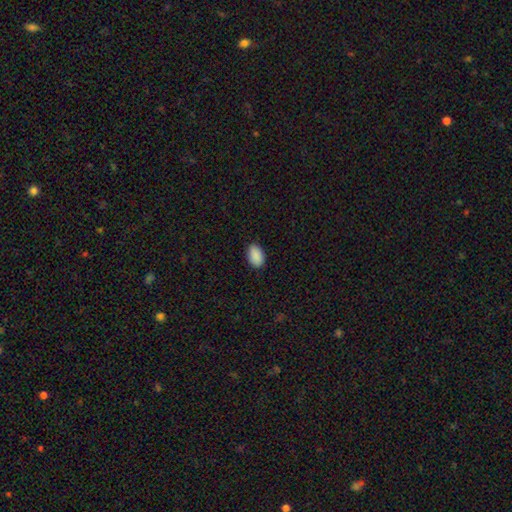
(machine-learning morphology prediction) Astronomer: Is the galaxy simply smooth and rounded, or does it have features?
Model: smooth — 91%.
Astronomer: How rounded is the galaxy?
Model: in between — 92%.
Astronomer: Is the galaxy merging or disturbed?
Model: none — 88%.